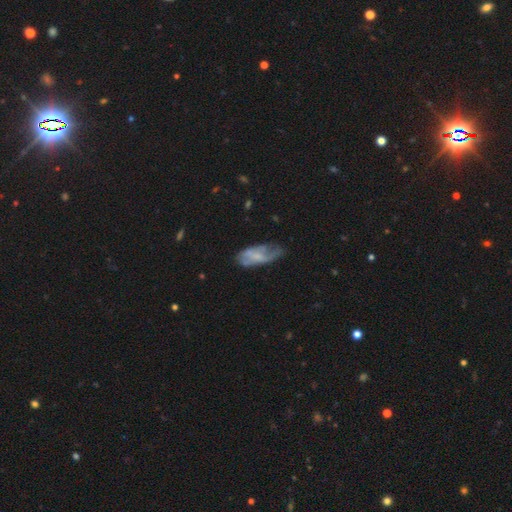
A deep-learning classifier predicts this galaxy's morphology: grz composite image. It shows a featured or disk galaxy (52%). Merging: none (43%).